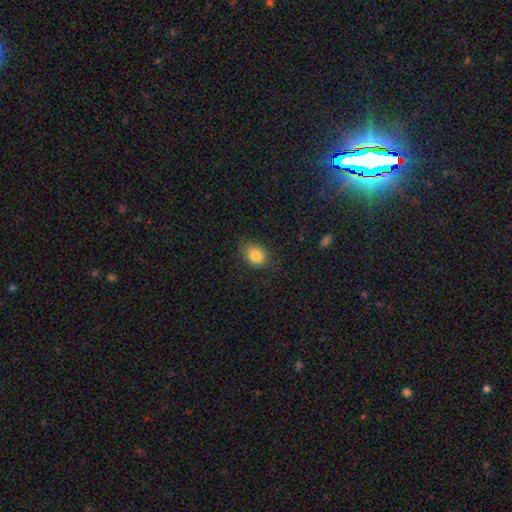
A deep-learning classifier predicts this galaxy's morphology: smooth-or-featured: smooth: 83% | star or artifact: 9% | featured or disk: 7%
  how-rounded: in between: 61% | round: 38% | cigar-shaped: 1%
  merging: none: 77% | minor disturbance: 18% | major disturbance: 4% | merger: 1%